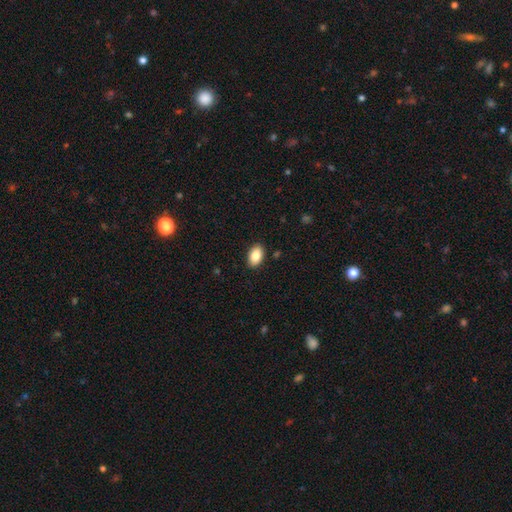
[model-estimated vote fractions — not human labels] The model was most divided on "smooth or featured": smooth: 87%, star or artifact: 7%, featured or disk: 6%. More confident: how rounded — in between (92%); merging — none (89%).